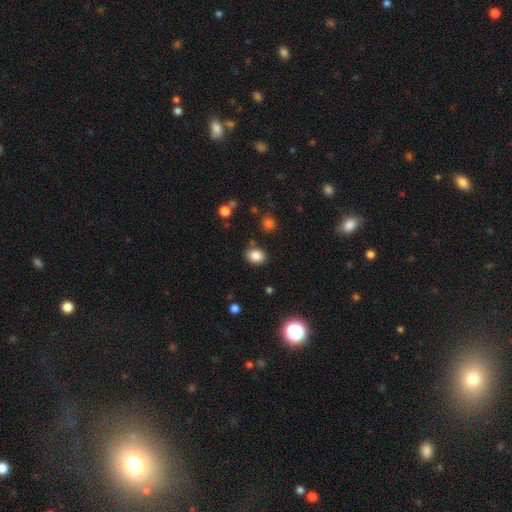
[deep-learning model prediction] smooth-or-featured: smooth: 84% | star or artifact: 10% | featured or disk: 5%
  how-rounded: in between: 58% | round: 41% | cigar-shaped: 1%
  merging: none: 83% | minor disturbance: 10% | merger: 4% | major disturbance: 3%